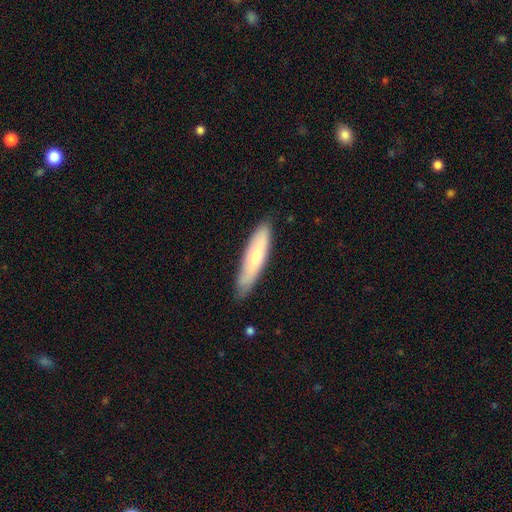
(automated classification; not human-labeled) Smooth or featured? Predicted: smooth (p=0.64). How rounded? Predicted: cigar-shaped (p=0.77). Merging? Predicted: none (p=0.81).